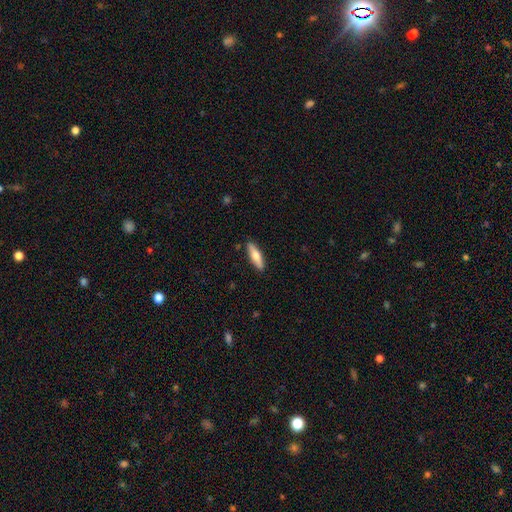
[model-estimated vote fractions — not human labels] smooth 61%, featured or disk 34%, star or artifact 6%. Down the decision tree: how rounded — cigar-shaped (63%); merging — none (88%).